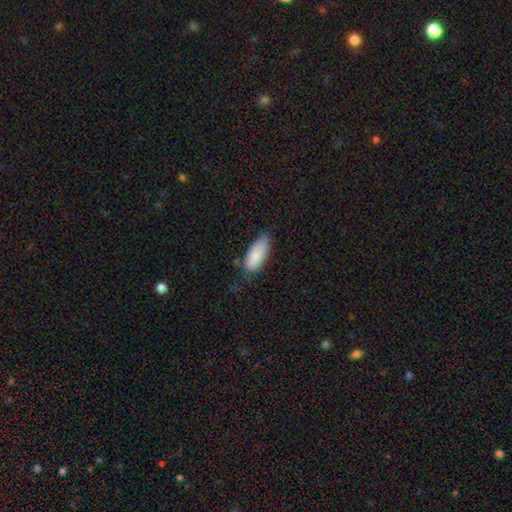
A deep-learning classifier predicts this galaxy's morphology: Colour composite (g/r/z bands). It shows a smooth galaxy with no disk features (85%) that is in between round and cigar-shaped (88%). Merging: none (57%).